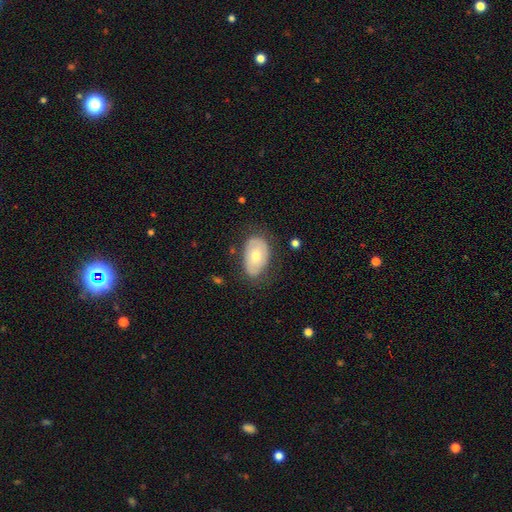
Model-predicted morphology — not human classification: smooth 56%, featured or disk 38%, star or artifact 6%. Down the decision tree: how rounded — in between (89%); merging — none (66%).